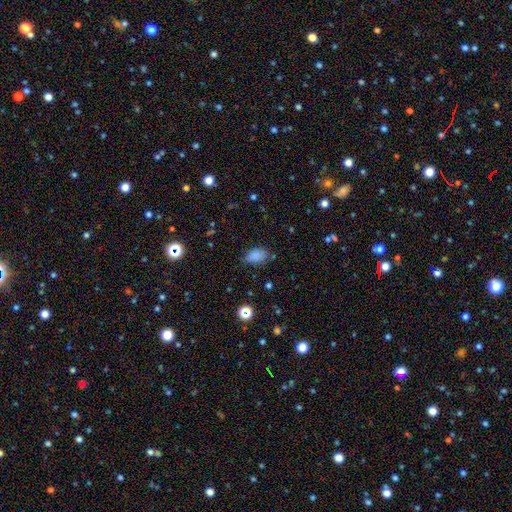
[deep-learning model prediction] smooth-or-featured: smooth: 84% | star or artifact: 11% | featured or disk: 5%
  how-rounded: in between: 88% | round: 10% | cigar-shaped: 2%
  merging: none: 74% | minor disturbance: 20% | major disturbance: 4% | merger: 2%